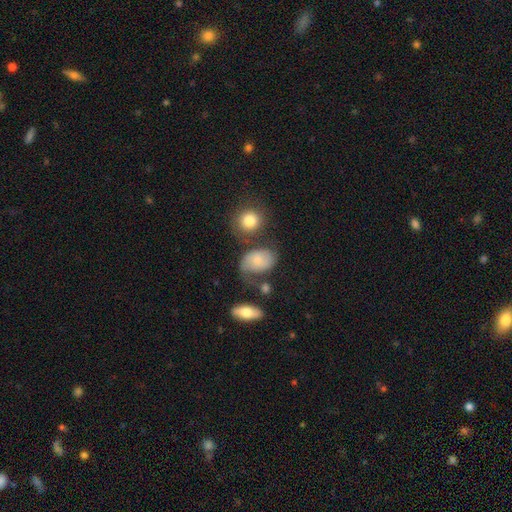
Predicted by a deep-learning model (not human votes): The model was most divided on "how rounded": in between: 55%, round: 39%, cigar-shaped: 6%. More confident: merging — none (54%); smooth or featured — smooth (53%).